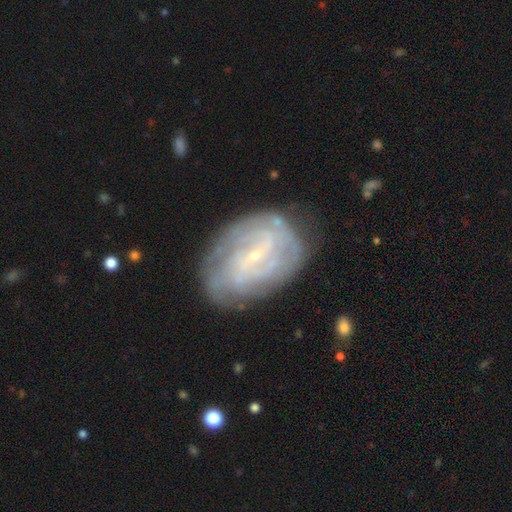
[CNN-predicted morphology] smooth-or-featured: featured or disk: 80% | smooth: 14% | star or artifact: 6%
  disk-edge-on: no: 97% | yes: 3%
    bar: weak: 48% | no: 30% | strong: 22%
    has-spiral-arms: yes: 86% | no: 14%
      spiral-winding: tight: 60% | medium: 30% | loose: 11%
      spiral-arm-count: can't tell: 45% | 2: 22% | 3: 12% | 4: 10% | more than 4: 6% | 1: 5%
    bulge-size: small: 84% | moderate: 11% | none: 3% | large: 1% | dominant: 1%
  merging: none: 73% | minor disturbance: 19% | major disturbance: 7% | merger: 2%